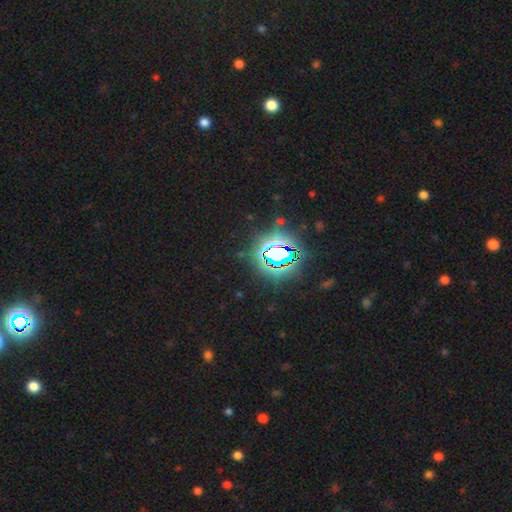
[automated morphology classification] Q: Smooth or featured?
A: star or artifact (80%); runner-up: smooth (12%)